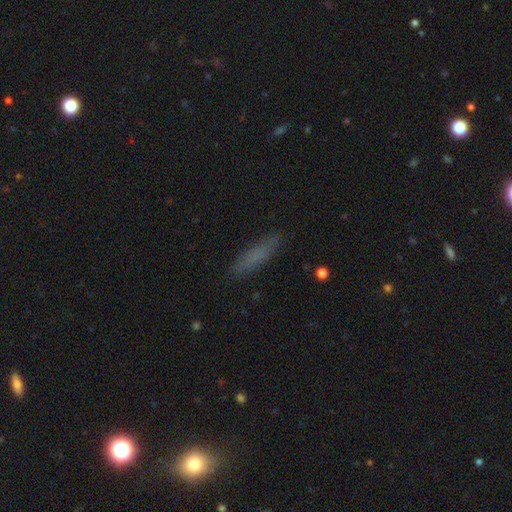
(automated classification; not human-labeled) Smooth or featured? Predicted: smooth (p=0.72). How rounded? Predicted: cigar-shaped (p=0.81). Merging? Predicted: none (p=0.86).